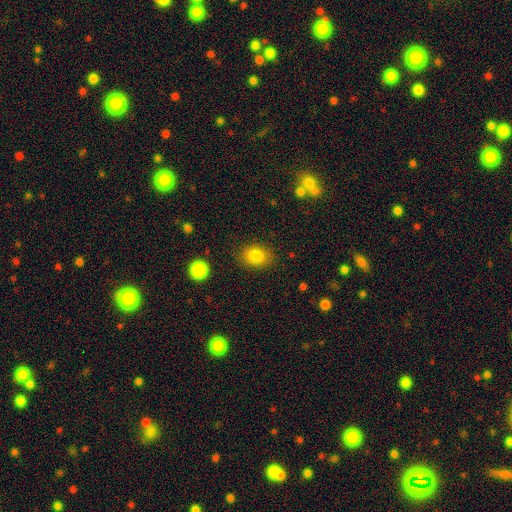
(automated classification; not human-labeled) Smooth or featured?
  - smooth: 84% *
  - star or artifact: 10%
  - featured or disk: 6%
How rounded?
  - in between: 54% *
  - round: 45%
  - cigar-shaped: 1%
Merging?
  - none: 85% *
  - minor disturbance: 10%
  - major disturbance: 3%
  - merger: 2%